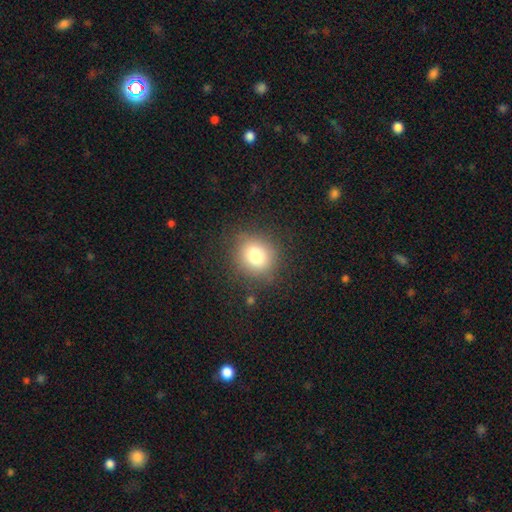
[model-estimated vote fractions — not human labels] Smooth or featured?
  - smooth: 78% *
  - star or artifact: 12%
  - featured or disk: 10%
How rounded?
  - round: 80% *
  - in between: 19%
  - cigar-shaped: 1%
Merging?
  - none: 83% *
  - minor disturbance: 11%
  - major disturbance: 4%
  - merger: 1%